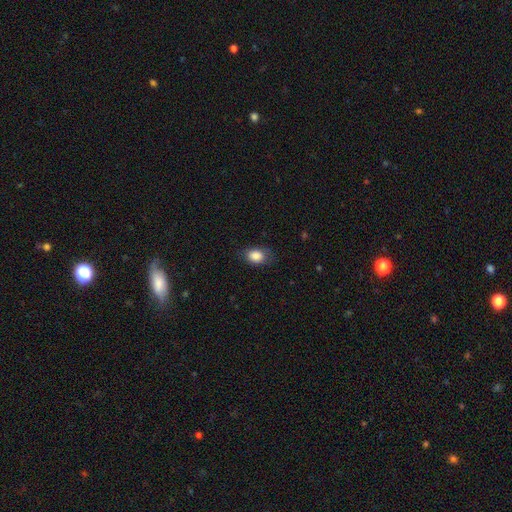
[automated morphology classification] This appears to be a smooth galaxy with no disk features (86%) that is in between round and cigar-shaped (73%). Merging: none (72%).